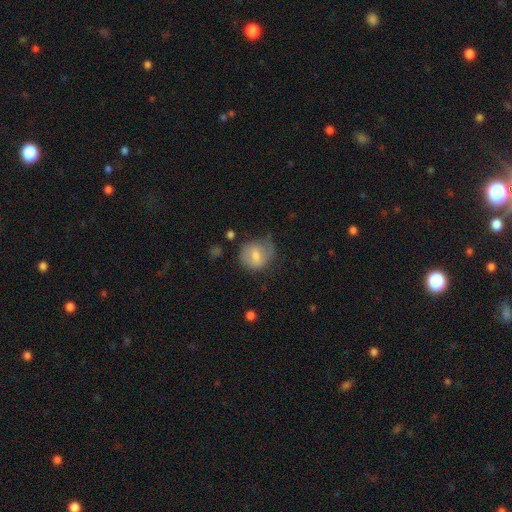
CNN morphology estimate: smooth 63%, featured or disk 29%, star or artifact 8%. Down the decision tree: how rounded — round (69%); merging — none (51%).